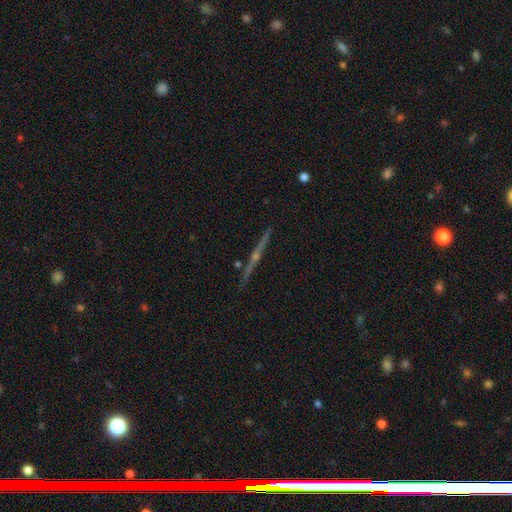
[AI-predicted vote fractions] smooth_or_featured: featured or disk (p=0.83) [alt: smooth p=0.10]
disk_edge_on: yes (p=0.98) [alt: no p=0.02]
edge_on_bulge: rounded (p=0.84) [alt: none p=0.12]
merging: none (p=0.90) [alt: minor disturbance p=0.06]